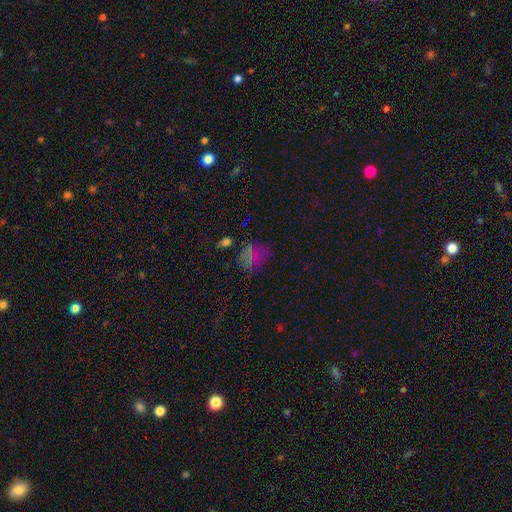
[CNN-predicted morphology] Q: Smooth or featured?
A: smooth (59%); runner-up: star or artifact (31%)
Q: How rounded?
A: round (67%); runner-up: in between (32%)
Q: Merging?
A: none (74%); runner-up: minor disturbance (16%)